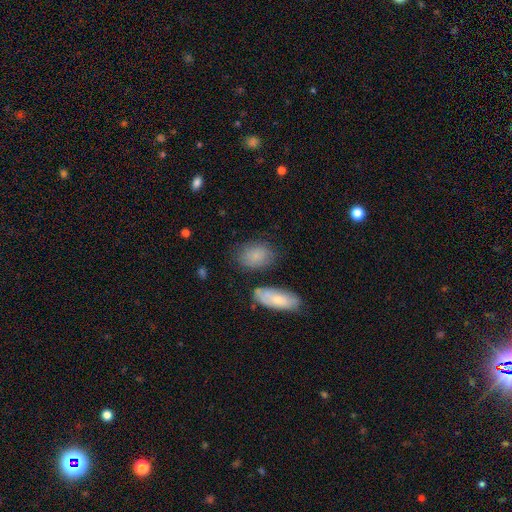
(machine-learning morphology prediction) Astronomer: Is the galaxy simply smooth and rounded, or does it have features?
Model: smooth — 81%.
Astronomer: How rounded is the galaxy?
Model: in between — 76%.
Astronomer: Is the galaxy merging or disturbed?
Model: none — 70%.